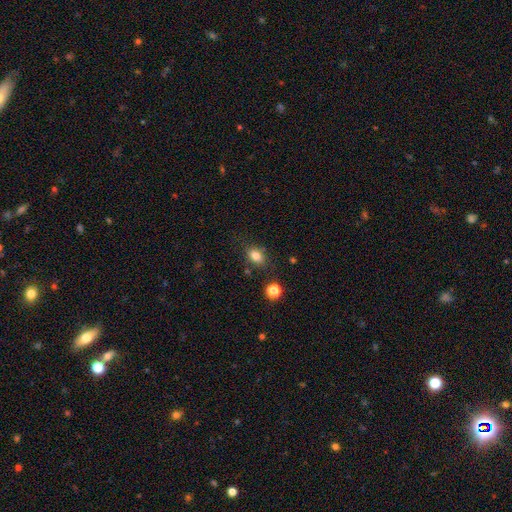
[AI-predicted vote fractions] smooth-or-featured: smooth: 81% | star or artifact: 11% | featured or disk: 7%
  how-rounded: in between: 69% | round: 30% | cigar-shaped: 1%
  merging: none: 78% | minor disturbance: 14% | merger: 5% | major disturbance: 4%